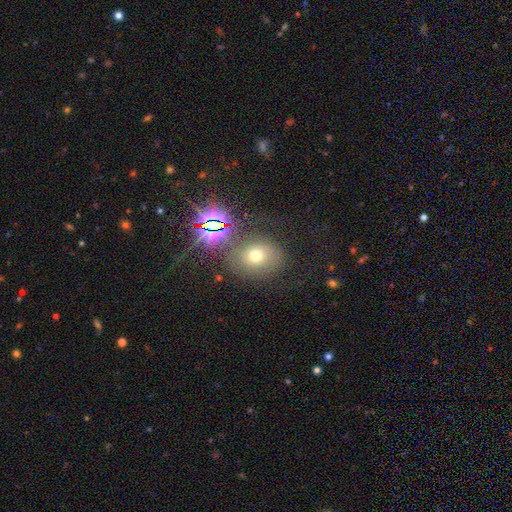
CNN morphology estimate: This is likely a smooth galaxy (62%). How rounded: likely round (65%). Merging: likely none (68%).